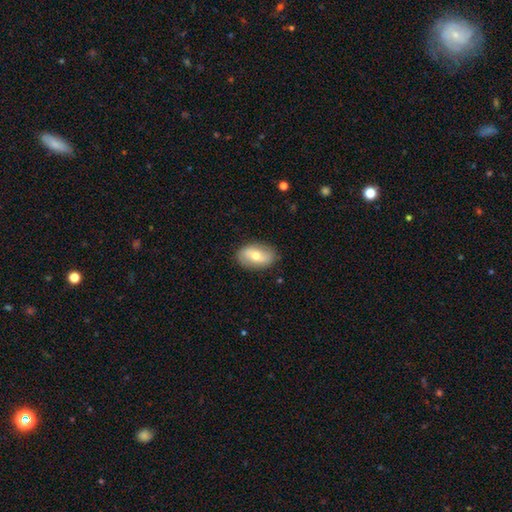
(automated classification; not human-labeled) smooth 59%, featured or disk 35%, star or artifact 7%. Down the decision tree: how rounded — in between (88%); merging — none (85%).